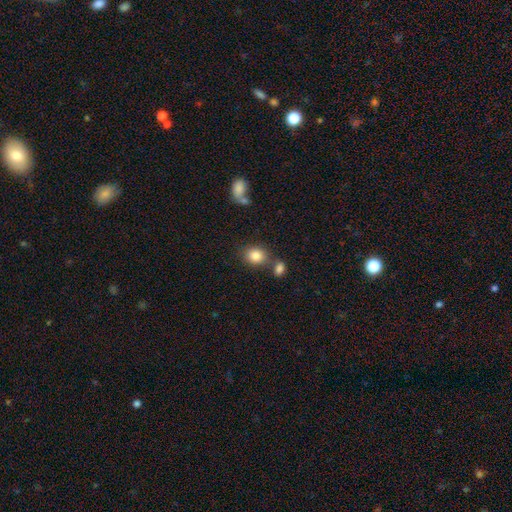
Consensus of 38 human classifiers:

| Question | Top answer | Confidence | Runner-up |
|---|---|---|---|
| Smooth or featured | smooth | 84% | featured or disk (8%) |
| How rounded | round | 50% | tied: in between (50%) |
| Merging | none | 63% | merger (23%) |